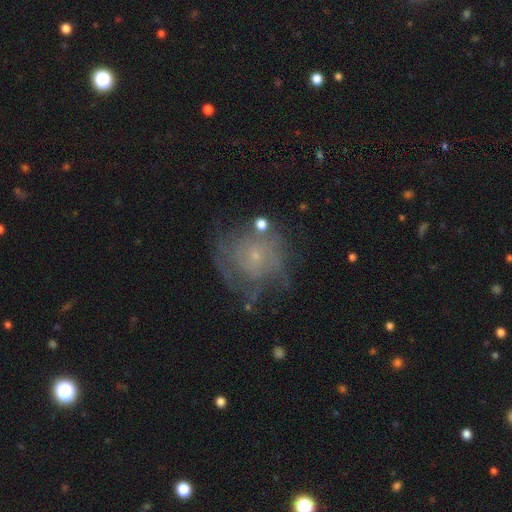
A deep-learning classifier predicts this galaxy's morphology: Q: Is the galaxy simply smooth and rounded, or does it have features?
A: featured or disk — 67%.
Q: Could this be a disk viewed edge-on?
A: no — 97%.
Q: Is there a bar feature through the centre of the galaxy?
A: no — 78%.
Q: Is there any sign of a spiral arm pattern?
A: yes — 79%.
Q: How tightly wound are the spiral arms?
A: tight — 56%.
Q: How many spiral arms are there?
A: can't tell — 52%.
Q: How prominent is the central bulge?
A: small — 82%.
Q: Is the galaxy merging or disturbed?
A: none — 60%.